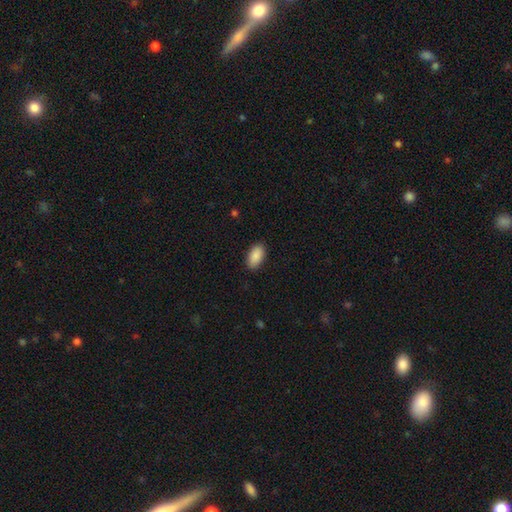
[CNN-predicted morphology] smooth 90%, star or artifact 6%, featured or disk 4%. Down the decision tree: how rounded — in between (94%); merging — none (88%).